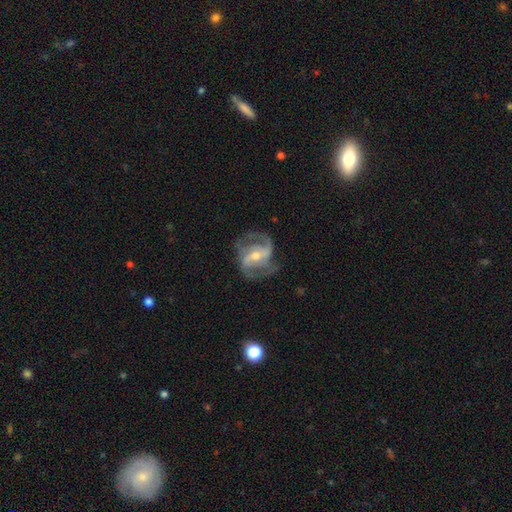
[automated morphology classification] The model was most divided on "bulge size": moderate: 53%, small: 42%, large: 3%, none: 2%, dominant: 1%. Remaining: edge-on disk — no (97%); spiral arms — yes (95%); smooth or featured — featured or disk (87%); merging — none (65%); spiral arm count — 2 (56%); spiral winding — medium (52%); bar — weak (44%).